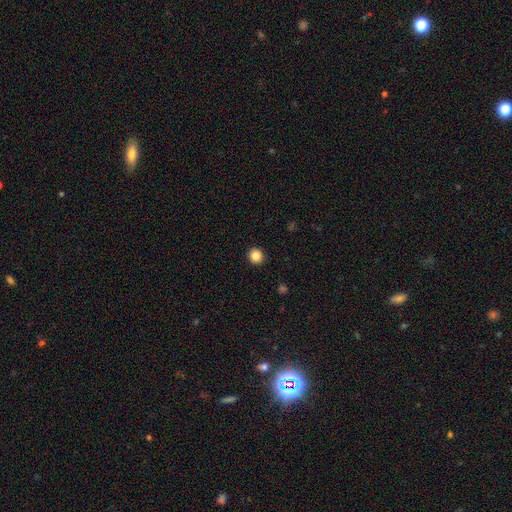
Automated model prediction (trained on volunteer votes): Smooth or featured? smooth (86%)
How rounded? round (91%)
Merging? none (93%)